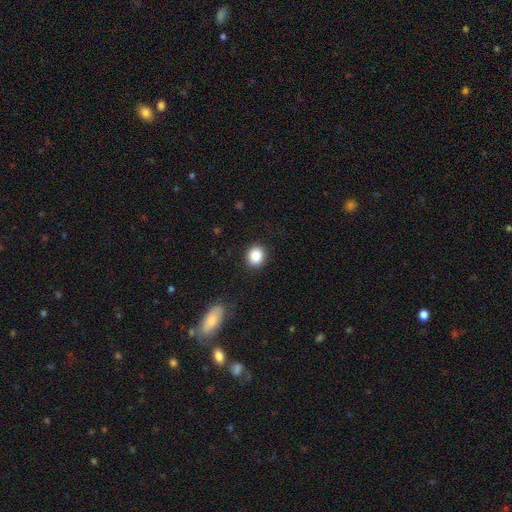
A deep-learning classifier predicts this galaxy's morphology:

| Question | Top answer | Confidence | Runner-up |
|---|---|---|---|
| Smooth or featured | smooth | 87% | star or artifact (9%) |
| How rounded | round | 72% | in between (27%) |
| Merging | none | 88% | minor disturbance (8%) |